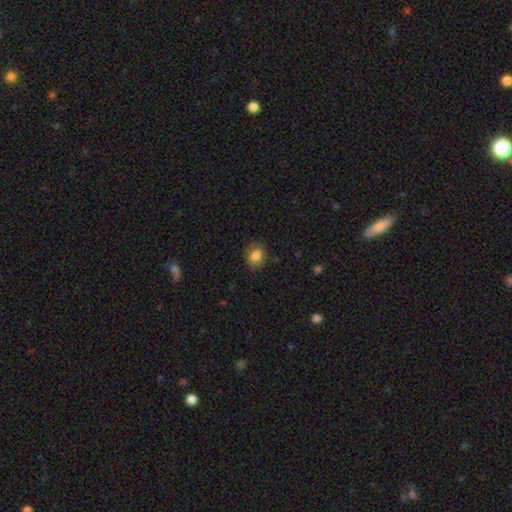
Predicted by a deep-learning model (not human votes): Smooth or featured: smooth — 83% (star or artifact — 9%)
How rounded: in between — 59% (round — 40%)
Merging: none — 83% (minor disturbance — 13%)